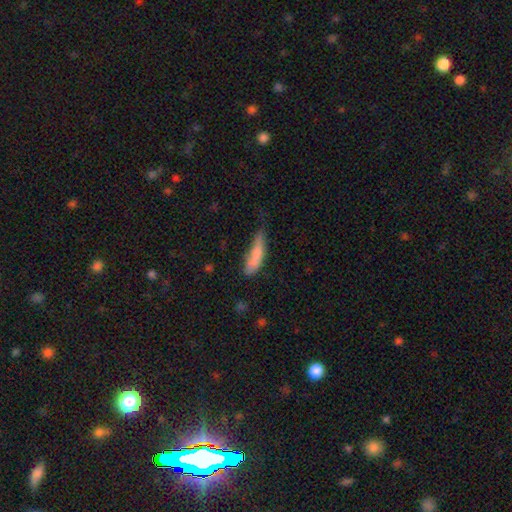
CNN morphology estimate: This appears to be a smooth galaxy with no disk features (76%) that is cigar-shaped (66%). Merging: none (42%).